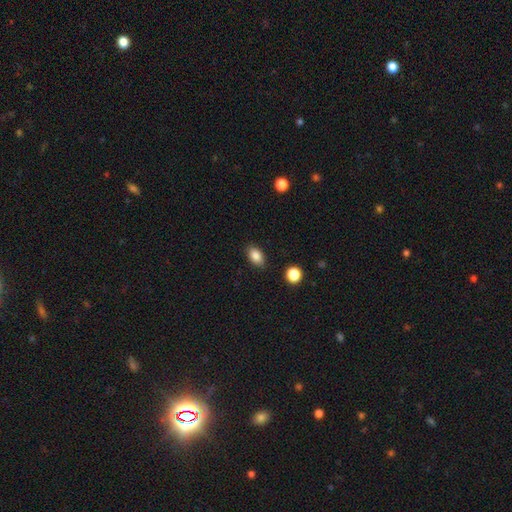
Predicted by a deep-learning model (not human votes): This appears to be a smooth galaxy with no disk features (85%) that is in between round and cigar-shaped (87%). Merging: none (86%).